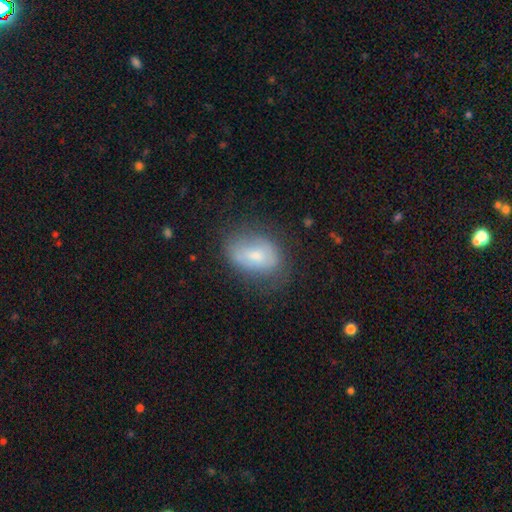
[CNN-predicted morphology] A smooth galaxy with no disk features (62%) that is in between round and cigar-shaped (84%).

Vote fractions:
- Smooth or featured? smooth: 62% / featured or disk: 30% / star or artifact: 8%
- How rounded? in between: 84% / round: 15% / cigar-shaped: 2%
- Merging? none: 59% / minor disturbance: 26% / major disturbance: 11% / merger: 3%